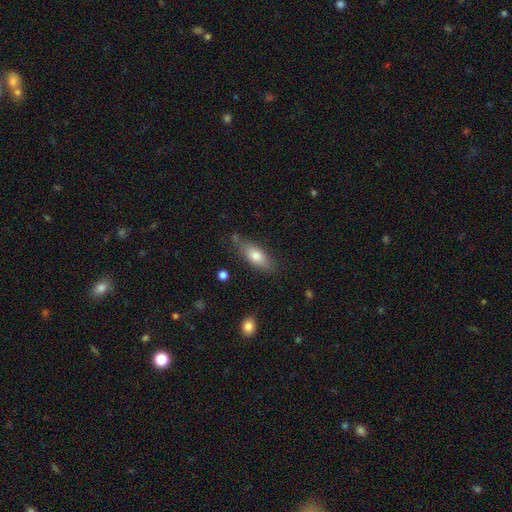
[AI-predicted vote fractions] Smooth or featured? Predicted: smooth (p=0.74). How rounded? Predicted: in between (p=0.67). Merging? Predicted: none (p=0.75).